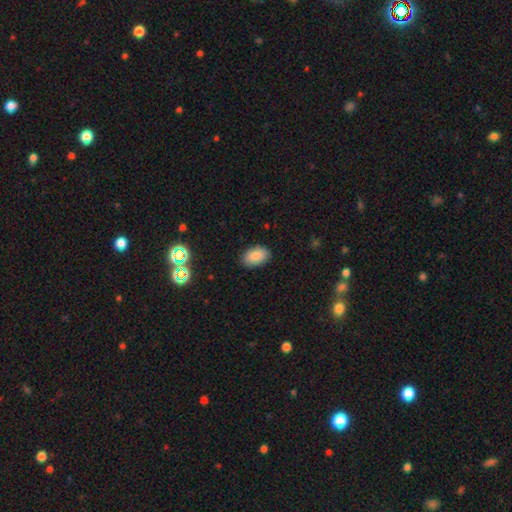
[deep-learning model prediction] Smooth or featured: smooth — 86% (star or artifact — 8%)
How rounded: in between — 91% (round — 8%)
Merging: none — 87% (minor disturbance — 10%)